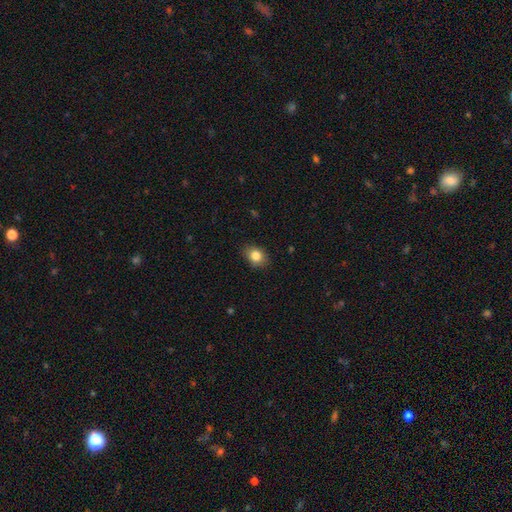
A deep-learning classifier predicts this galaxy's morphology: Smooth or featured?
  - smooth: 83% *
  - star or artifact: 9%
  - featured or disk: 7%
How rounded?
  - in between: 58% *
  - round: 41%
  - cigar-shaped: 1%
Merging?
  - none: 84% *
  - minor disturbance: 12%
  - major disturbance: 2%
  - merger: 1%